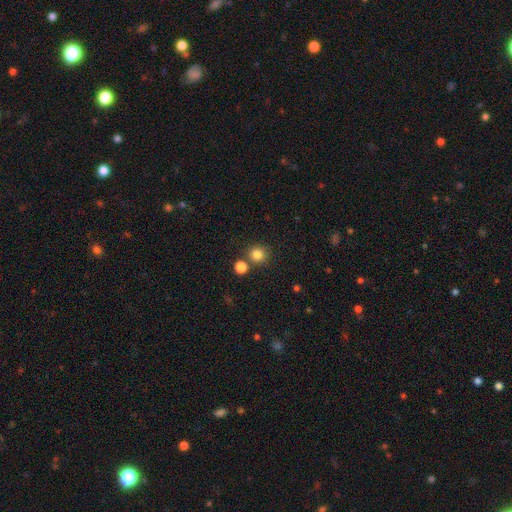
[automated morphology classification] Smooth or featured: smooth — 82% (star or artifact — 13%)
How rounded: round — 92% (in between — 7%)
Merging: none — 77% (merger — 13%)